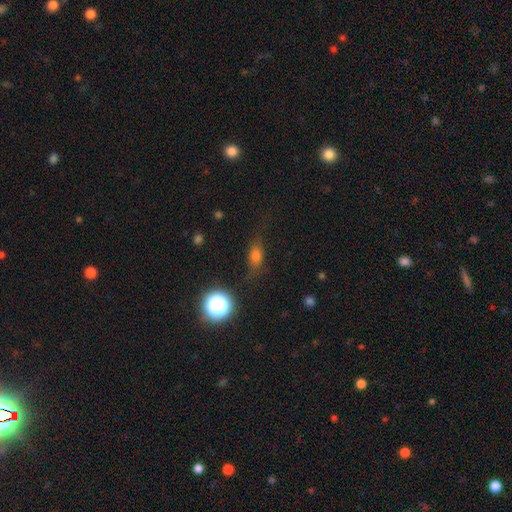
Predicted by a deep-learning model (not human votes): A smooth galaxy with no disk features (64%) that is in between round and cigar-shaped (62%).

Vote fractions:
- Smooth or featured? smooth: 64% / star or artifact: 19% / featured or disk: 17%
- How rounded? in between: 62% / round: 22% / cigar-shaped: 17%
- Merging? none: 68% / minor disturbance: 20% / major disturbance: 10% / merger: 2%